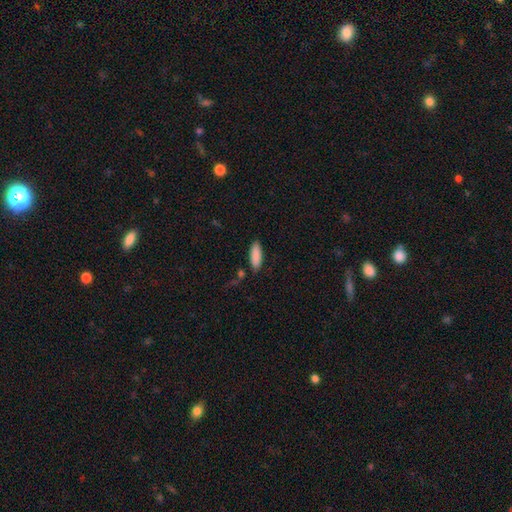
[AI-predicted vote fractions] Overall: smooth (89%). How rounded: in between (62%; cigar-shaped 37%). Merging: none (83%).